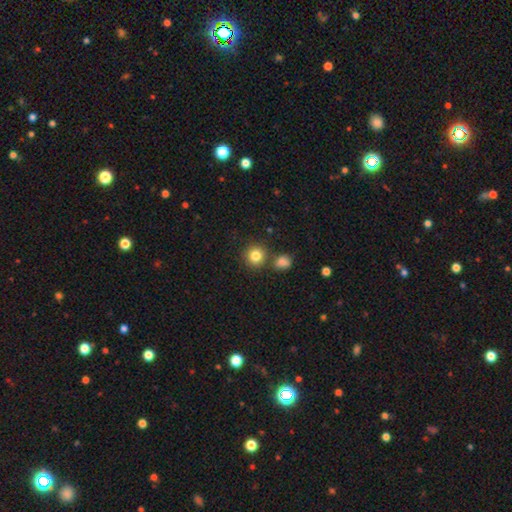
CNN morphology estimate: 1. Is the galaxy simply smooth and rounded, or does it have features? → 83% smooth, 11% star or artifact, 6% featured or disk.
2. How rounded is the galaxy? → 91% round, 8% in between, 1% cigar-shaped.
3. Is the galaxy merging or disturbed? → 79% none, 11% merger, 8% minor disturbance, 3% major disturbance.